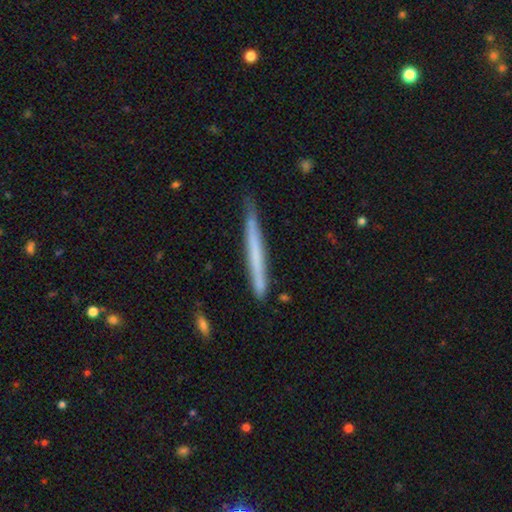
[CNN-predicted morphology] This appears to be a smooth galaxy with no disk features (53%) that is cigar-shaped (97%). Merging: none (80%).